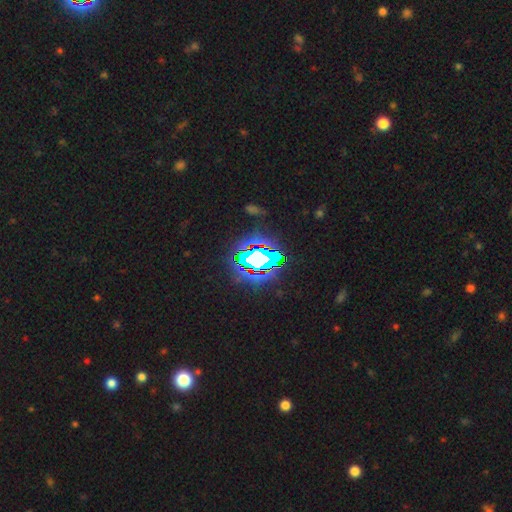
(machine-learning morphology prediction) Smooth or featured?
  - star or artifact: 66% *
  - featured or disk: 18%
  - smooth: 16%